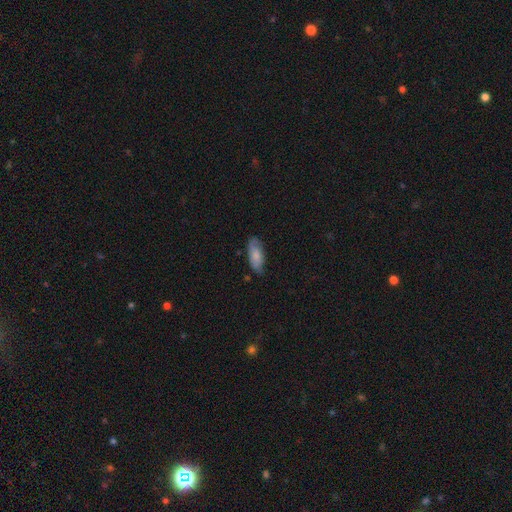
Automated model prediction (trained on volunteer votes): Smooth or featured: smooth — 73% (featured or disk — 21%)
How rounded: in between — 83% (cigar-shaped — 15%)
Merging: none — 68% (minor disturbance — 26%)